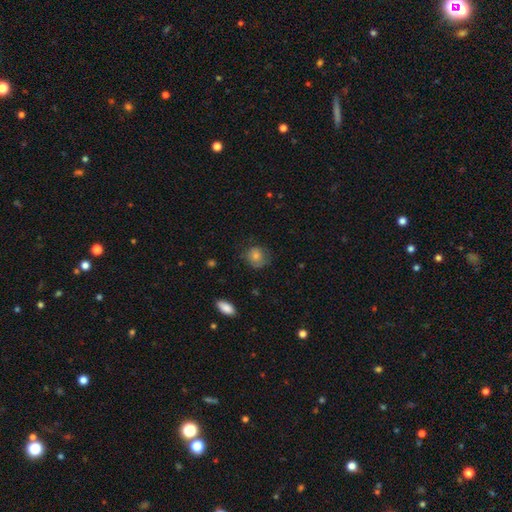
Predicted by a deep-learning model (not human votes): Morphology: type=smooth (74%); roundness=round (79%); merging=none (68%).